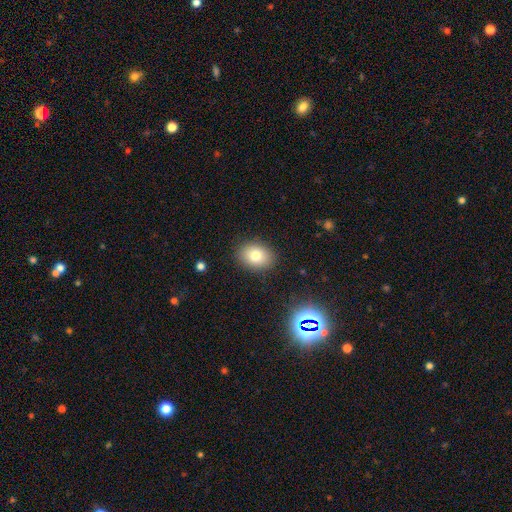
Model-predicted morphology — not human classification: This appears to be a smooth galaxy with no disk features (78%) that is in between round and cigar-shaped (61%). Merging: none (87%).